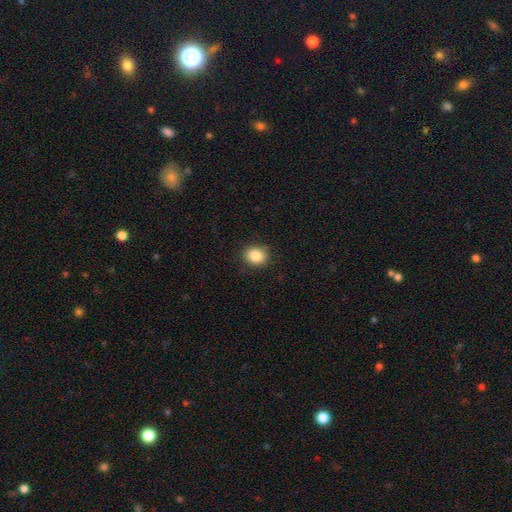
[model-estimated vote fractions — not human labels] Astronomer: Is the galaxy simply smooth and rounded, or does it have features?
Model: smooth — 86%.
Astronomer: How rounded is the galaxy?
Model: round — 61% (runner-up: in between, 38%).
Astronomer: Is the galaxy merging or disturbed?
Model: none — 88%.